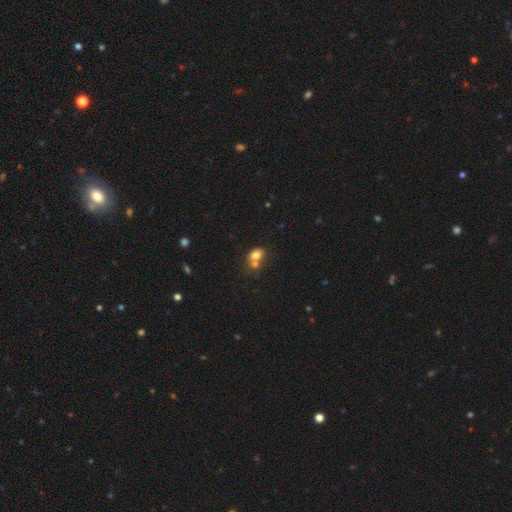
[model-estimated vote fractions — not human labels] Q: Smooth or featured?
A: smooth (74%); runner-up: featured or disk (15%)
Q: How rounded?
A: in between (57%); runner-up: round (42%)
Q: Merging?
A: merger (53%); runner-up: none (32%)